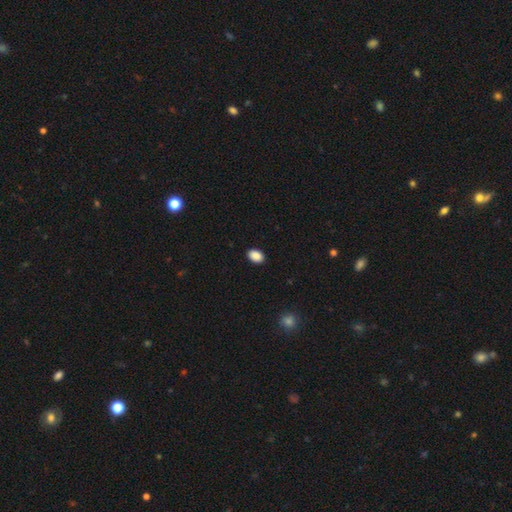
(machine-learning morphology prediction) Smooth or featured?
  - smooth: 90% *
  - star or artifact: 8%
  - featured or disk: 2%
How rounded?
  - in between: 86% *
  - round: 13%
  - cigar-shaped: 1%
Merging?
  - none: 90% *
  - minor disturbance: 7%
  - major disturbance: 2%
  - merger: 1%